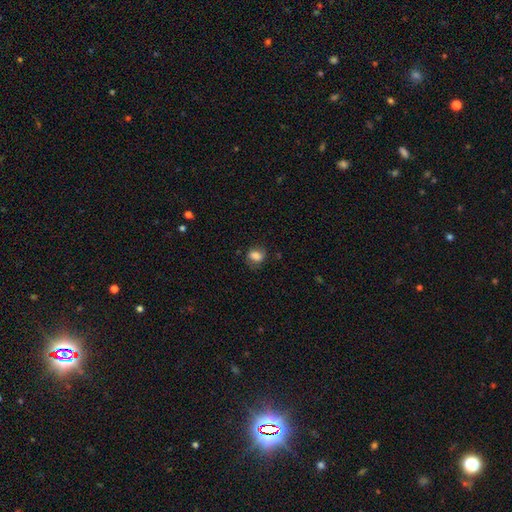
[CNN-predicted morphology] The model was most divided on "how rounded": in between: 66%, round: 32%, cigar-shaped: 2%. More confident: smooth or featured — smooth (80%); merging — none (67%).